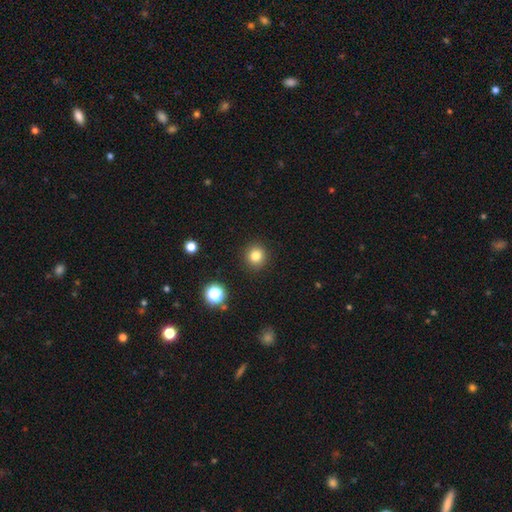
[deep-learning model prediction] The model was most divided on "smooth or featured": smooth: 80%, star or artifact: 14%, featured or disk: 6%. More confident: how rounded — round (93%); merging — none (91%).